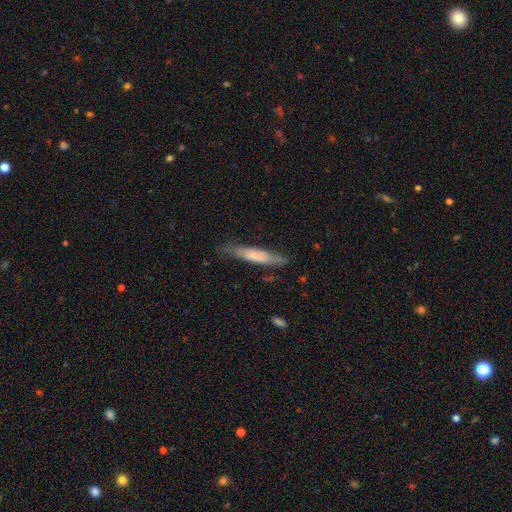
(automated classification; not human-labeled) Overall: smooth (64%; featured or disk 30%). How rounded: cigar-shaped (87%). Merging: none (74%).